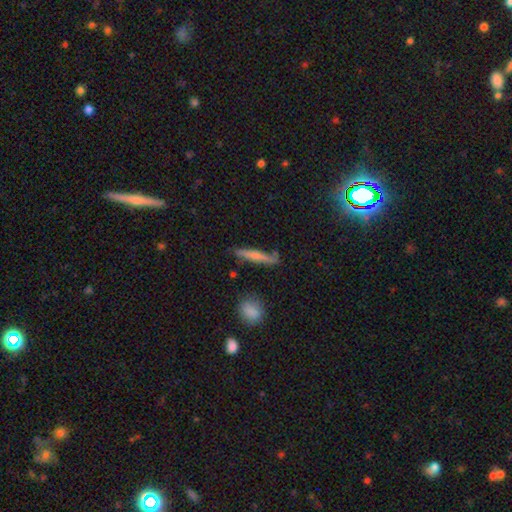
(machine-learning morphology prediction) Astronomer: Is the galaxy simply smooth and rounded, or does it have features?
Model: smooth — 60%.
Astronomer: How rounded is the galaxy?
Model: cigar-shaped — 91%.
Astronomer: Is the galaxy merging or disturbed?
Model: none — 75%.